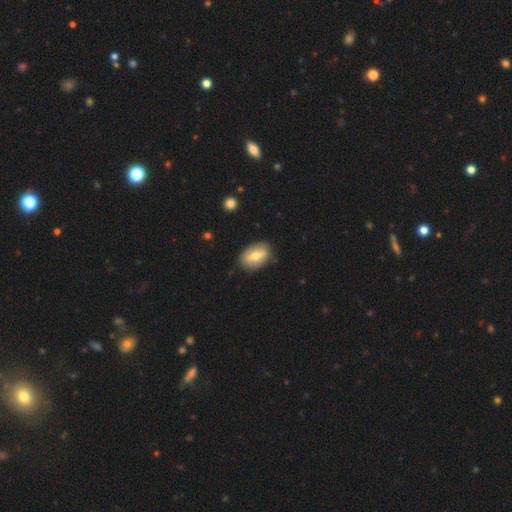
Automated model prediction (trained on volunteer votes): A smooth galaxy with no disk features (62%) that is in between round and cigar-shaped (87%). Merging: none (83%).